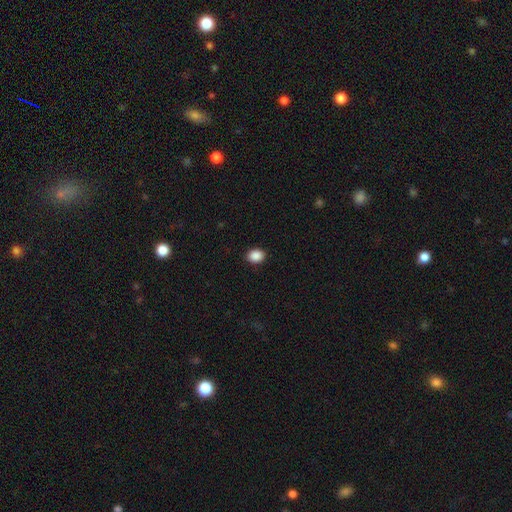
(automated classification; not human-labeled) smooth_or_featured: smooth (p=0.89) [alt: star or artifact p=0.08]
how_rounded: in between (p=0.55) [alt: round p=0.45]
merging: none (p=0.90) [alt: minor disturbance p=0.07]